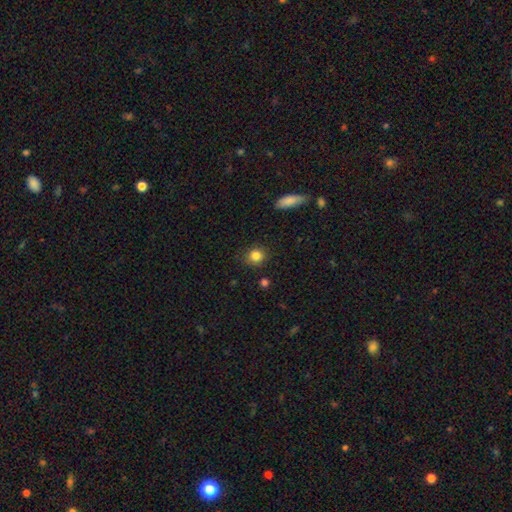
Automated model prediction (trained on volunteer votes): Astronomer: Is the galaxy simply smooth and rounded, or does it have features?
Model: smooth — 84%.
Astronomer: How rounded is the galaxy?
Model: round — 85%.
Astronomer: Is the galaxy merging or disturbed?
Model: none — 86%.